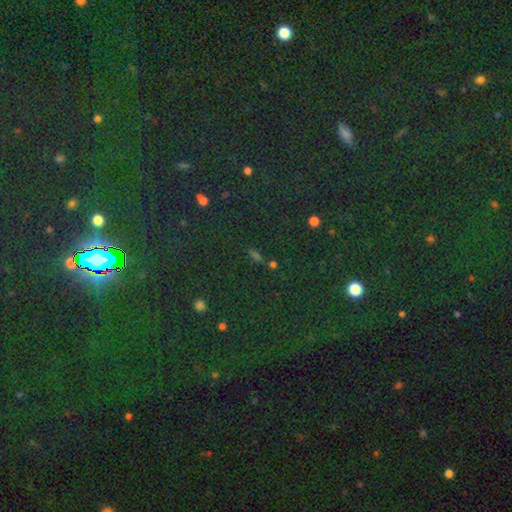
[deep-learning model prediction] Overall: star or artifact (62%; smooth 27%).